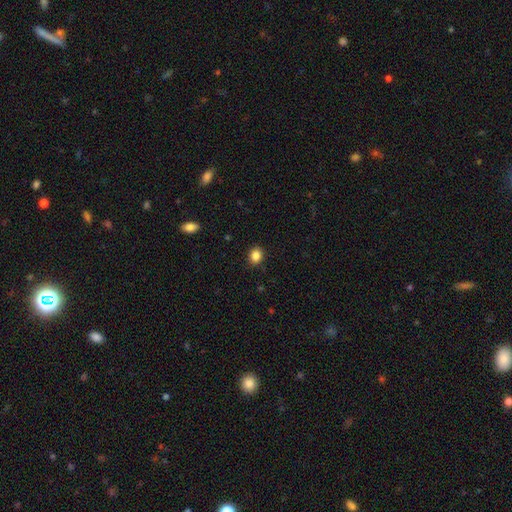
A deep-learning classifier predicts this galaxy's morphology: A smooth galaxy with no disk features (86%) that is round (57%).

Vote fractions:
- Smooth or featured? smooth: 86% / star or artifact: 10% / featured or disk: 4%
- How rounded? round: 57% / in between: 42% / cigar-shaped: 1%
- Merging? none: 89% / minor disturbance: 8% / major disturbance: 2% / merger: 1%